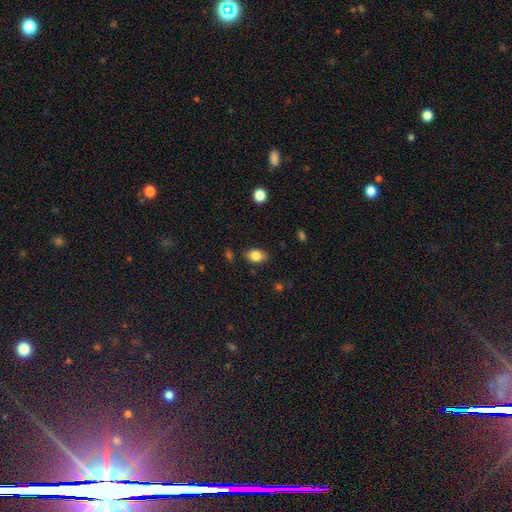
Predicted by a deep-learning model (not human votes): Overall: smooth (83%). How rounded: in between (83%). Merging: none (84%).